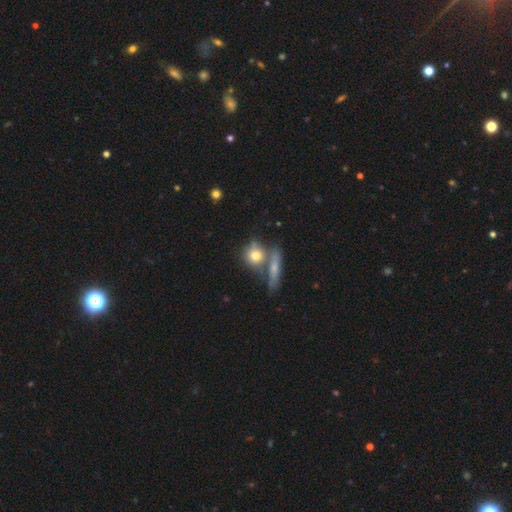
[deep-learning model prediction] Smooth or featured: smooth — 72% (featured or disk — 19%)
How rounded: round — 70% (in between — 21%)
Merging: none — 51% (merger — 32%)